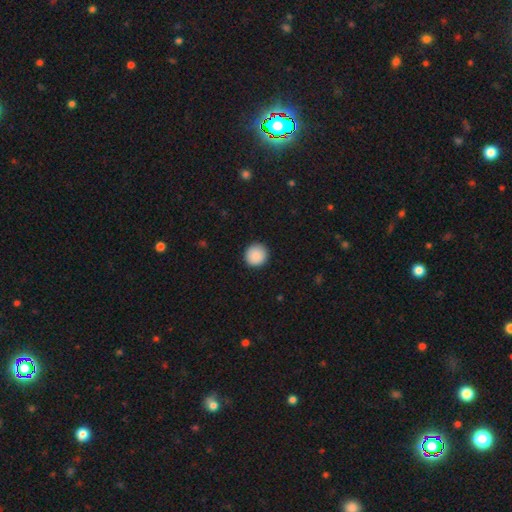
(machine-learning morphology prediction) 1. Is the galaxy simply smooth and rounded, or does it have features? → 90% smooth, 7% star or artifact, 3% featured or disk.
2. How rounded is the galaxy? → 94% round, 5% in between, 1% cigar-shaped.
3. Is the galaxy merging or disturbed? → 92% none, 5% minor disturbance, 2% major disturbance, 1% merger.